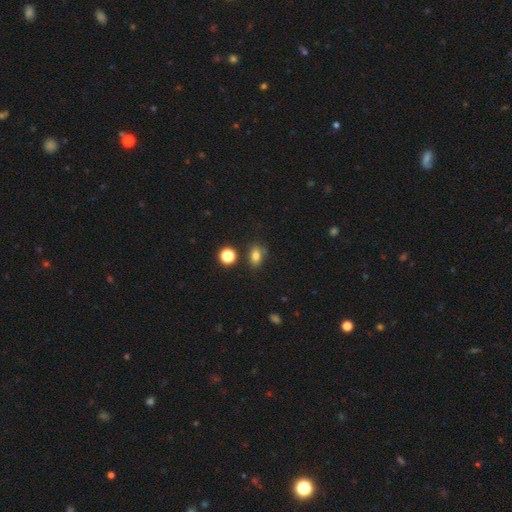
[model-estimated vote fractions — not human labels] smooth 79%, star or artifact 14%, featured or disk 7%. Down the decision tree: how rounded — in between (75%); merging — none (73%).